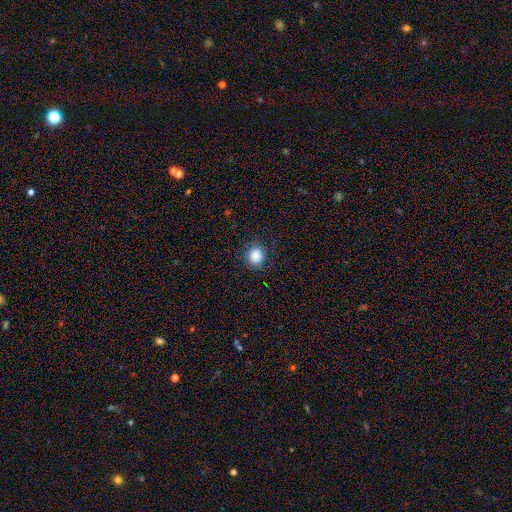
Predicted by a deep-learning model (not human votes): This is clearly a smooth galaxy (83%). How rounded: clearly round (85%). Merging: clearly none (82%).